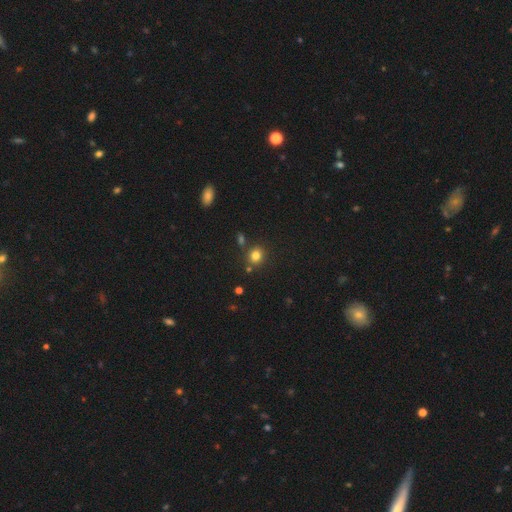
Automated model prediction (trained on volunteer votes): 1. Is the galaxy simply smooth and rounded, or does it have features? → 80% smooth, 14% star or artifact, 6% featured or disk.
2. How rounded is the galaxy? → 82% round, 17% in between, 1% cigar-shaped.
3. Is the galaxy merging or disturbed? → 79% none, 9% minor disturbance, 9% merger, 3% major disturbance.